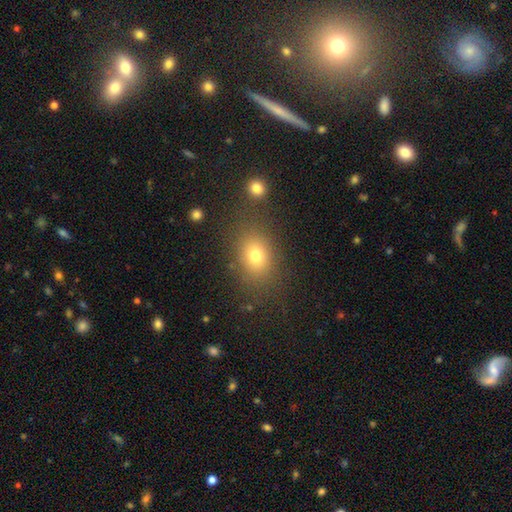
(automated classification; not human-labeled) A smooth galaxy with no disk features (74%) that is in between round and cigar-shaped (61%).

Vote fractions:
- Smooth or featured? smooth: 74% / star or artifact: 15% / featured or disk: 11%
- How rounded? in between: 61% / round: 37% / cigar-shaped: 1%
- Merging? none: 76% / minor disturbance: 12% / merger: 6% / major disturbance: 5%